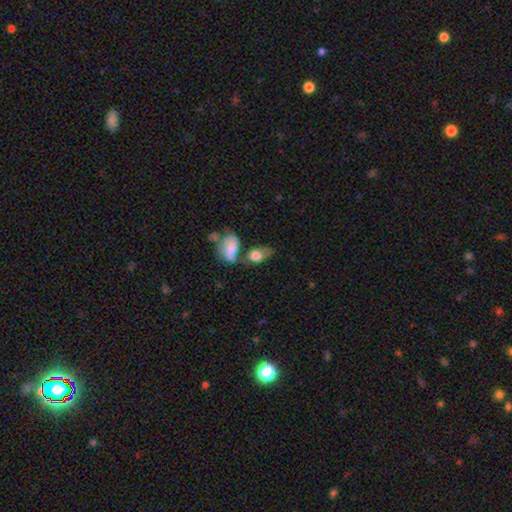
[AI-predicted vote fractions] This is likely a smooth galaxy (63%). How rounded: likely in between (79%). Merging: marginally merger (40%).